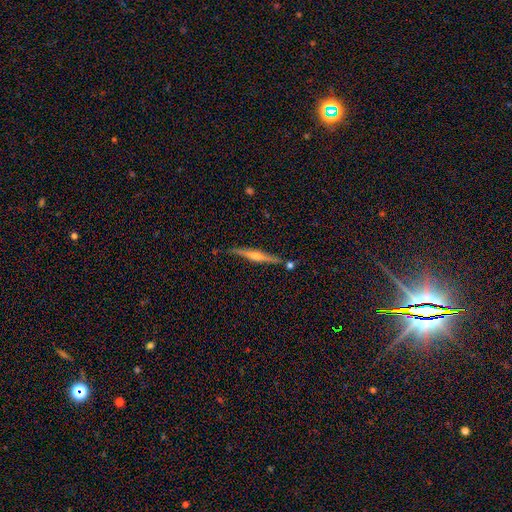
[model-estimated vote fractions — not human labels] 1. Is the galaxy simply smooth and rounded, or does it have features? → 74% featured or disk, 20% smooth, 6% star or artifact.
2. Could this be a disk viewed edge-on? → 97% yes, 3% no.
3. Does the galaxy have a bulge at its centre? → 83% rounded, 8% boxy, 8% none.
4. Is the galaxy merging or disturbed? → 82% none, 11% minor disturbance, 4% merger, 2% major disturbance.